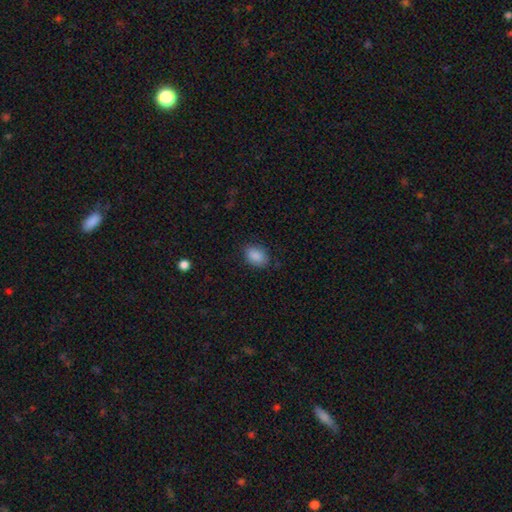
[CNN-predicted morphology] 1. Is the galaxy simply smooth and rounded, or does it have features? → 88% smooth, 8% star or artifact, 4% featured or disk.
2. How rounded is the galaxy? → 80% in between, 19% round, 1% cigar-shaped.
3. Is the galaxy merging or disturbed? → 79% none, 16% minor disturbance, 4% major disturbance, 1% merger.